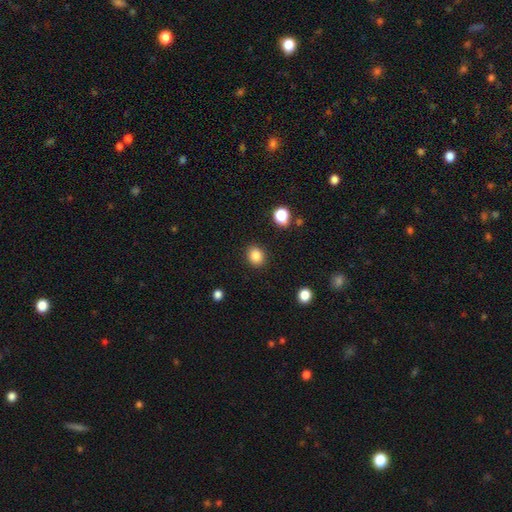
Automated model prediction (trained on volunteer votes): A smooth galaxy with no disk features (86%) that is round (72%).

Vote fractions:
- Smooth or featured? smooth: 86% / star or artifact: 10% / featured or disk: 4%
- How rounded? round: 72% / in between: 27% / cigar-shaped: 1%
- Merging? none: 90% / minor disturbance: 7% / major disturbance: 2% / merger: 1%